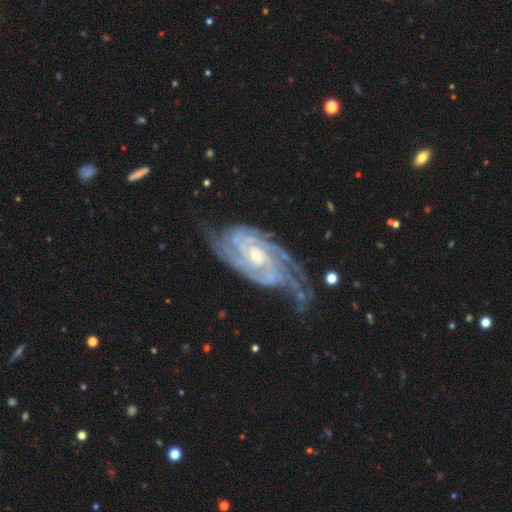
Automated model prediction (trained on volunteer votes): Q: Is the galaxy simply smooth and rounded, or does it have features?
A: featured or disk — 92%.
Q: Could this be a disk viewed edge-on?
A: no — 96%.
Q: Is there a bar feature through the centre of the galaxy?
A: no — 54%.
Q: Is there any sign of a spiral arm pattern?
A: yes — 98%.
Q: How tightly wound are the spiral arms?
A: tight — 70%.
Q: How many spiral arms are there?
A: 3 — 25%.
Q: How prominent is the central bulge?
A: small — 58%.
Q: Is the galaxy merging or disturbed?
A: none — 63%.